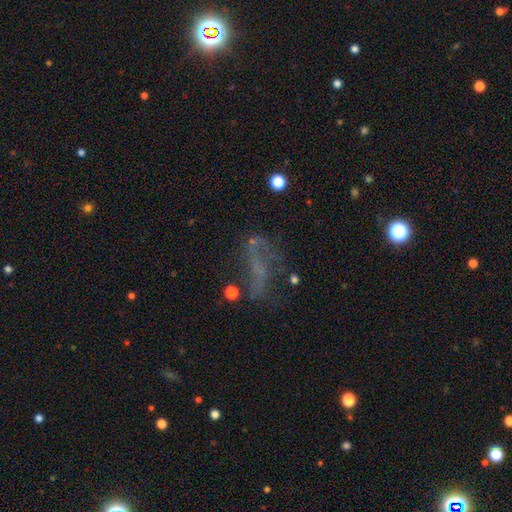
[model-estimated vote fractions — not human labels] Smooth or featured? Predicted: featured or disk (p=0.49). Merging? Predicted: none (p=0.40).